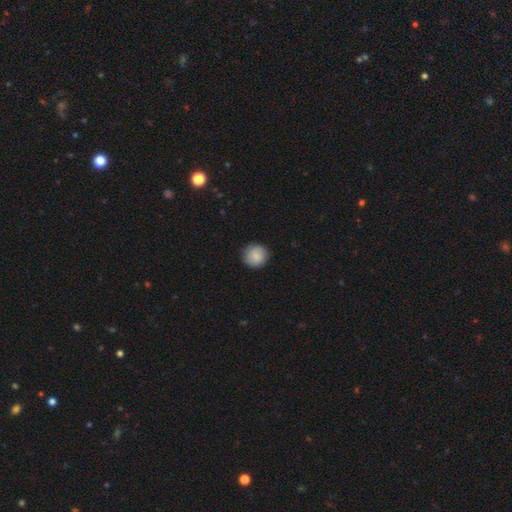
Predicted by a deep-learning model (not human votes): smooth-or-featured: smooth: 87% | star or artifact: 7% | featured or disk: 6%
  how-rounded: round: 93% | in between: 6% | cigar-shaped: 1%
  merging: none: 88% | minor disturbance: 9% | major disturbance: 2% | merger: 1%